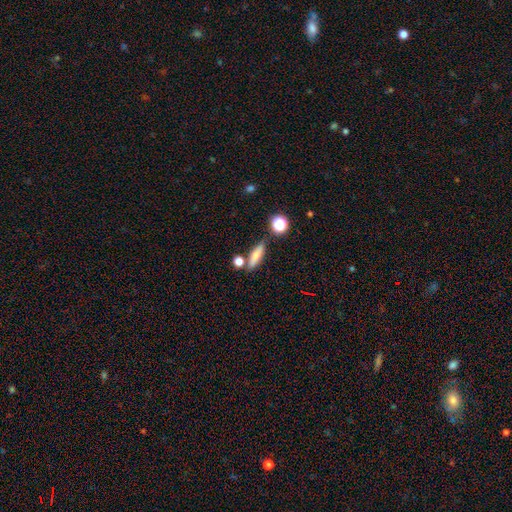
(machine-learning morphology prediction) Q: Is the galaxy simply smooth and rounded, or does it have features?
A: smooth — 73%.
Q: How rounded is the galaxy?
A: cigar-shaped — 58%.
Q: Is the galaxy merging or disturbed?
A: none — 73%.